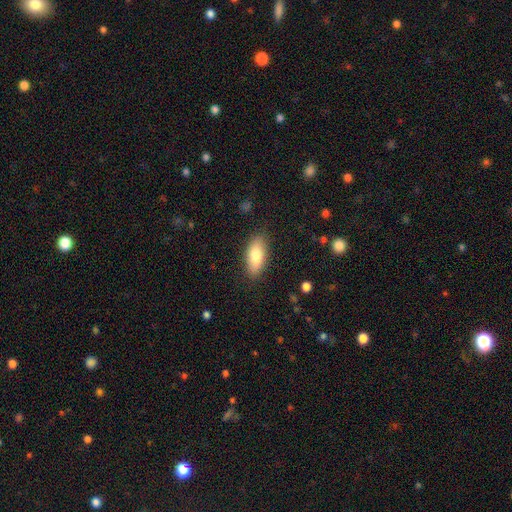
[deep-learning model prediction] Overall: smooth (81%). How rounded: in between (86%). Merging: none (85%).